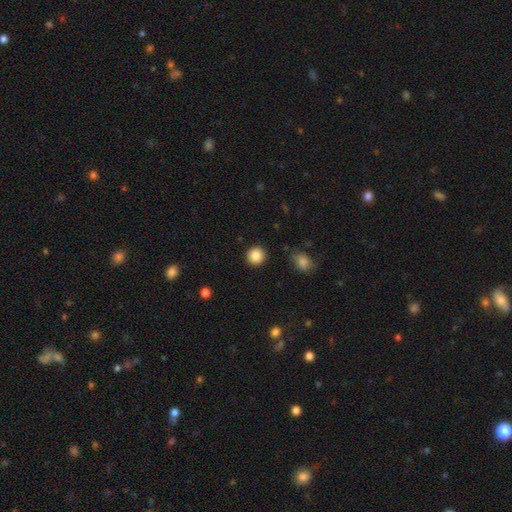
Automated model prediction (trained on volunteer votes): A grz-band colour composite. It shows a smooth galaxy with no disk features (86%) that is round (94%). Merging: none (91%).